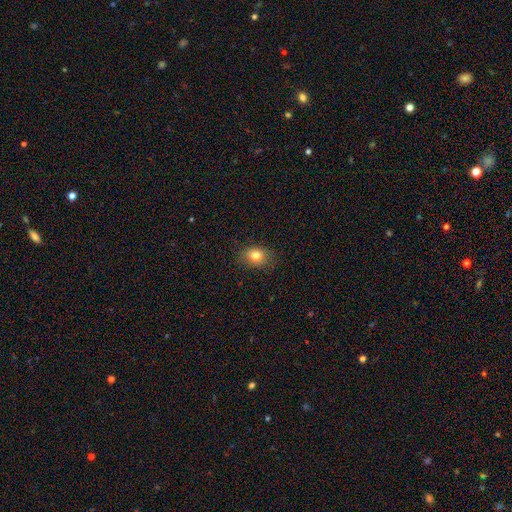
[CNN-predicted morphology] Q: Smooth or featured?
A: smooth (80%); runner-up: star or artifact (11%)
Q: How rounded?
A: in between (60%); runner-up: round (39%)
Q: Merging?
A: none (81%); runner-up: minor disturbance (14%)